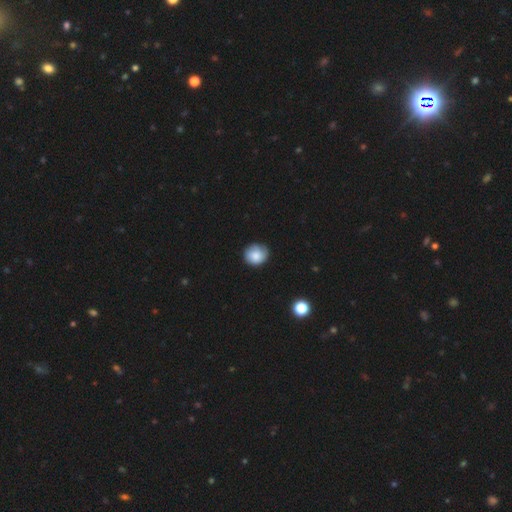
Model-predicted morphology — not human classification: Smooth or featured? Predicted: smooth (p=0.79). How rounded? Predicted: round (p=0.80). Merging? Predicted: none (p=0.75).